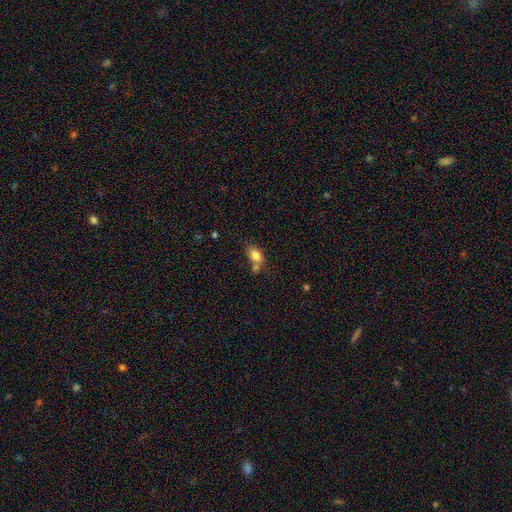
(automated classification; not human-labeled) A smooth galaxy with no disk features (81%) that is in between round and cigar-shaped (79%).

Vote fractions:
- Smooth or featured? smooth: 81% / featured or disk: 10% / star or artifact: 9%
- How rounded? in between: 79% / round: 19% / cigar-shaped: 2%
- Merging? none: 47% / merger: 30% / minor disturbance: 17% / major disturbance: 6%